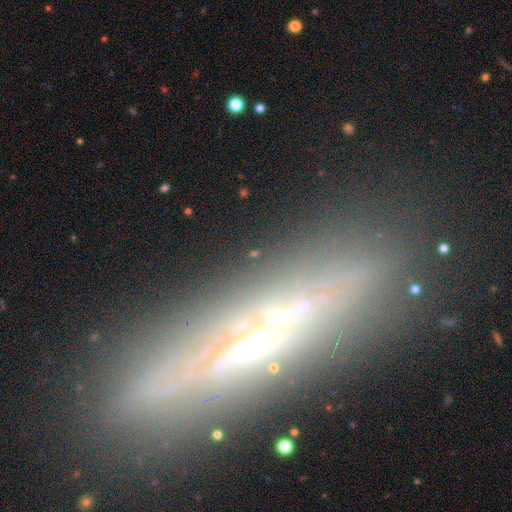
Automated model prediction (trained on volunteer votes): smooth_or_featured: featured or disk (p=0.67) [alt: smooth p=0.20]
disk_edge_on: yes (p=0.83) [alt: no p=0.17]
edge_on_bulge: none (p=0.48) [alt: rounded p=0.34]
merging: none (p=0.82) [alt: minor disturbance p=0.12]